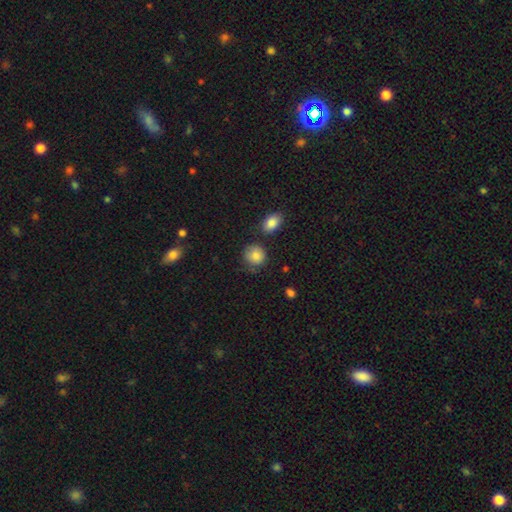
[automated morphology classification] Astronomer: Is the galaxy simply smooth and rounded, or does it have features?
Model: smooth — 85%.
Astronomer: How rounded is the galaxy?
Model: round — 83%.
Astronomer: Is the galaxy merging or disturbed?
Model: none — 69%.